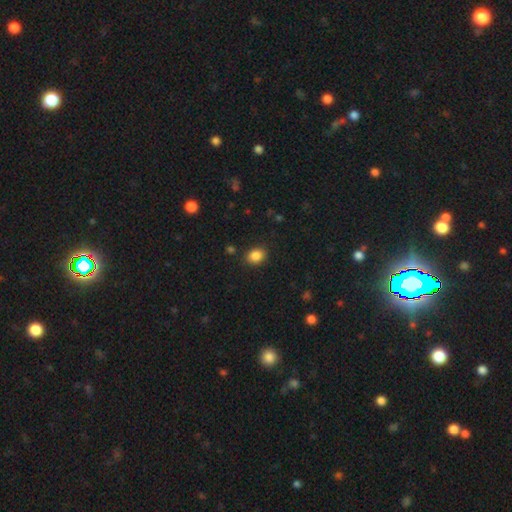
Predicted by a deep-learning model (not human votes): A smooth galaxy with no disk features (86%) that is in between round and cigar-shaped (53%). Merging: none (86%).